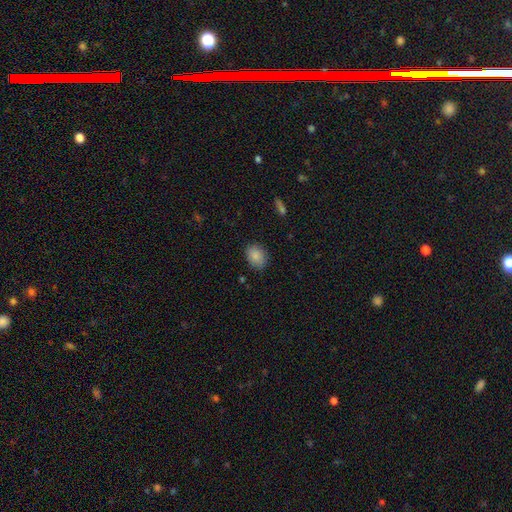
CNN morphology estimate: smooth-or-featured: smooth: 87% | star or artifact: 8% | featured or disk: 5%
  how-rounded: in between: 64% | round: 35% | cigar-shaped: 1%
  merging: none: 83% | minor disturbance: 13% | major disturbance: 3% | merger: 1%